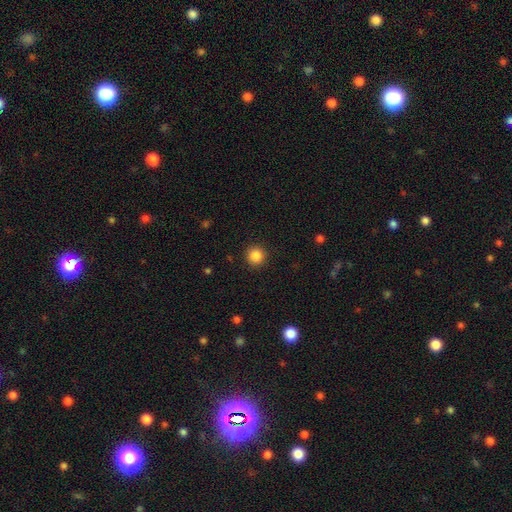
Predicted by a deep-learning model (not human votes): A smooth galaxy with no disk features (86%) that is round (94%). Merging: none (92%).